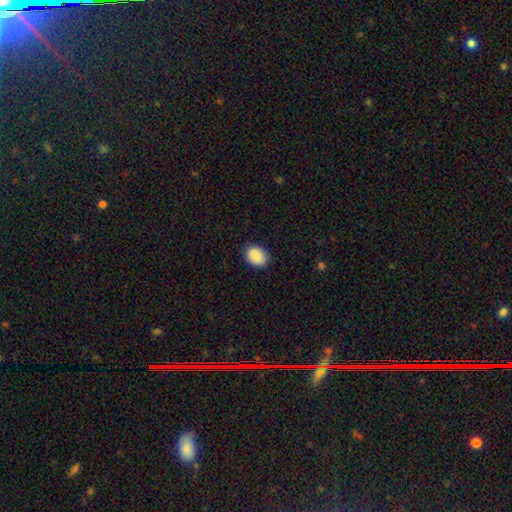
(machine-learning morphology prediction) This is clearly a smooth galaxy (90%). How rounded: likely in between (64%). Merging: clearly none (86%).